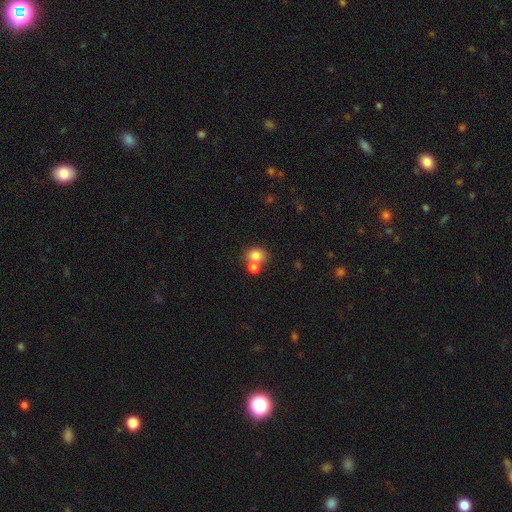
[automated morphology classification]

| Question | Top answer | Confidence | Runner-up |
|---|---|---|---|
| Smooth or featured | smooth | 79% | star or artifact (11%) |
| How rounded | round | 56% | in between (43%) |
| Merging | merger | 44% | none (43%) |